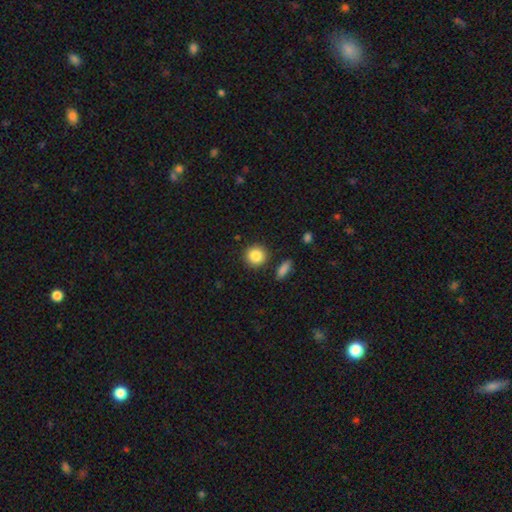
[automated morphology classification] Smooth or featured? Predicted: smooth (p=0.87). How rounded? Predicted: round (p=0.90). Merging? Predicted: none (p=0.87).